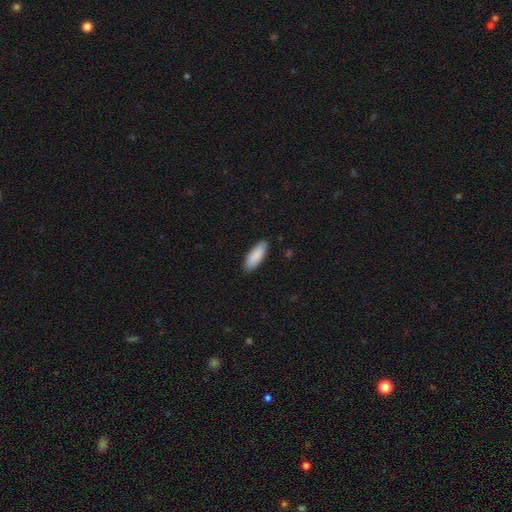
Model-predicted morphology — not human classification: smooth 89%, featured or disk 6%, star or artifact 5%. Down the decision tree: how rounded — in between (68%); merging — none (87%).